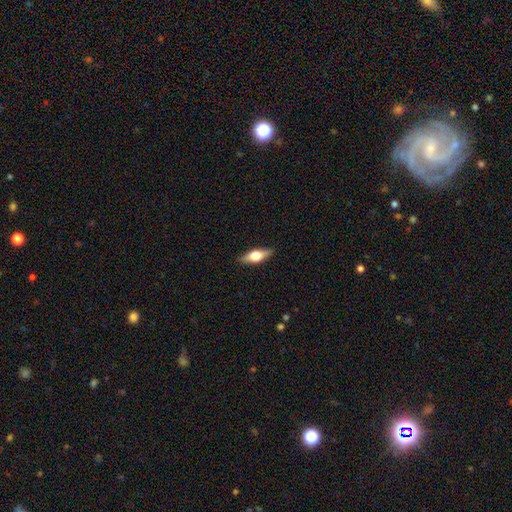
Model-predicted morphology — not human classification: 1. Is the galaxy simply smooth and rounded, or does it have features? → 50% featured or disk, 43% smooth, 7% star or artifact.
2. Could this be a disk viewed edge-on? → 93% yes, 7% no.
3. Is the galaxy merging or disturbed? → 88% none, 9% minor disturbance, 2% major disturbance, 1% merger.